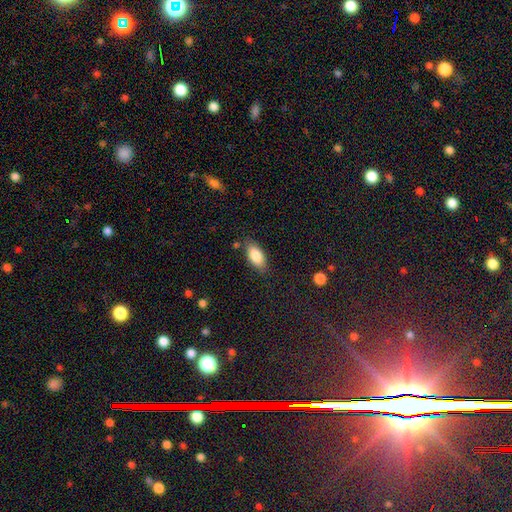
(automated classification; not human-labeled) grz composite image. It shows a smooth galaxy with no disk features (85%) that is in between round and cigar-shaped (90%). Merging: none (81%).